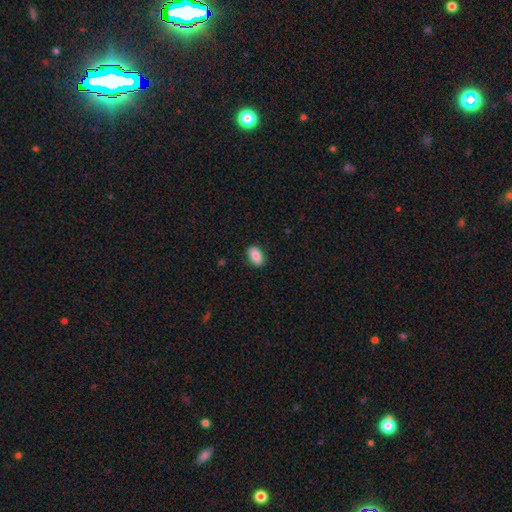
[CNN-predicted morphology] Q: Smooth or featured?
A: smooth (88%); runner-up: star or artifact (7%)
Q: How rounded?
A: in between (92%); runner-up: round (5%)
Q: Merging?
A: none (88%); runner-up: minor disturbance (9%)